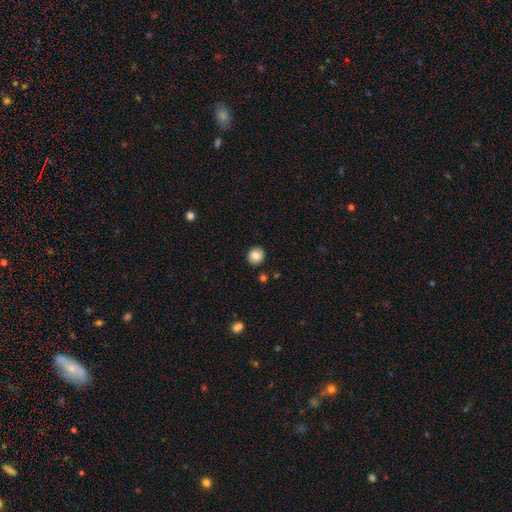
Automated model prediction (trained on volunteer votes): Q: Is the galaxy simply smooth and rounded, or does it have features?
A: smooth — 84%.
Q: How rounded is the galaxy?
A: round — 88%.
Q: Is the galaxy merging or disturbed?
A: none — 89%.